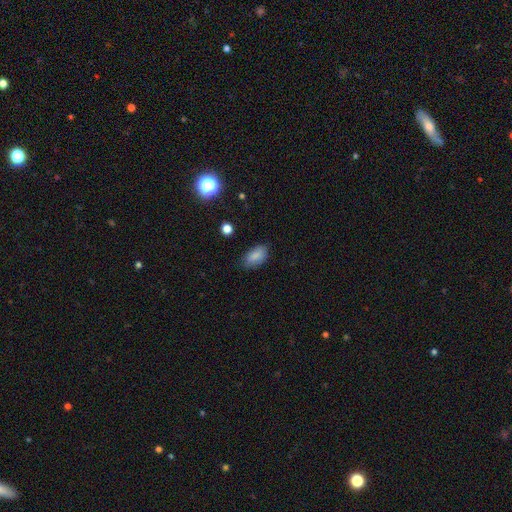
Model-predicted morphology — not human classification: Overall: smooth (85%). How rounded: in between (92%). Merging: none (77%).